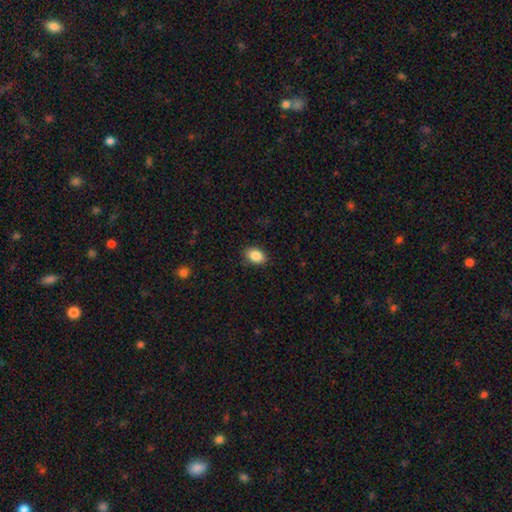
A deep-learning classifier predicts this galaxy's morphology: The model was most divided on "how rounded": in between: 84%, round: 15%, cigar-shaped: 1%. More confident: merging — none (87%); smooth or featured — smooth (87%).